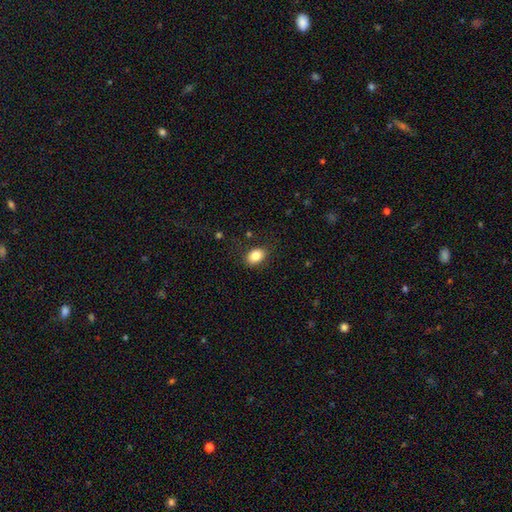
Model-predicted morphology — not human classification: A smooth galaxy with no disk features (83%) that is in between round and cigar-shaped (78%).

Vote fractions:
- Smooth or featured? smooth: 83% / star or artifact: 9% / featured or disk: 8%
- How rounded? in between: 78% / round: 21% / cigar-shaped: 1%
- Merging? none: 84% / minor disturbance: 11% / major disturbance: 3% / merger: 1%